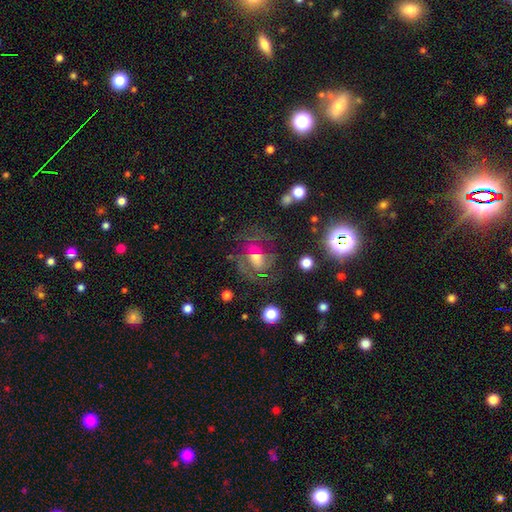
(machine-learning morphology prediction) Smooth or featured: featured or disk — 68% (smooth — 20%)
Edge-on disk: no — 97% (yes — 3%)
Bar: no — 49% (weak — 41%)
Spiral arms: yes — 81% (no — 19%)
Spiral winding: medium — 44% (tight — 37%)
Spiral arm count: can't tell — 35% (2 — 30%)
Bulge size: moderate — 48% (small — 37%)
Merging: none — 56% (major disturbance — 22%)